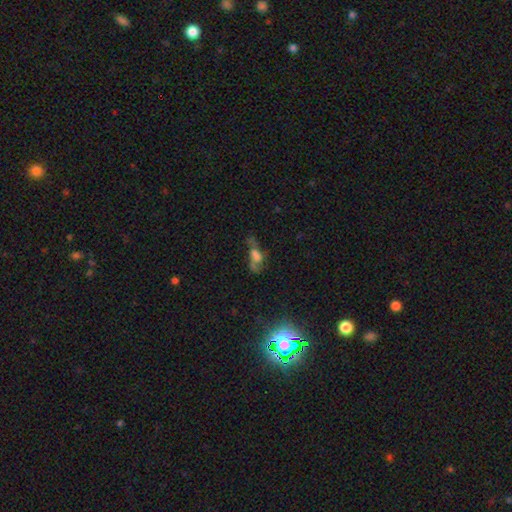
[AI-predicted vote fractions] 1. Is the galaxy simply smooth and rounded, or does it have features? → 42% smooth, 36% featured or disk, 21% star or artifact.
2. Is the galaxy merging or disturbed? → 38% major disturbance, 28% none, 18% minor disturbance, 17% merger.